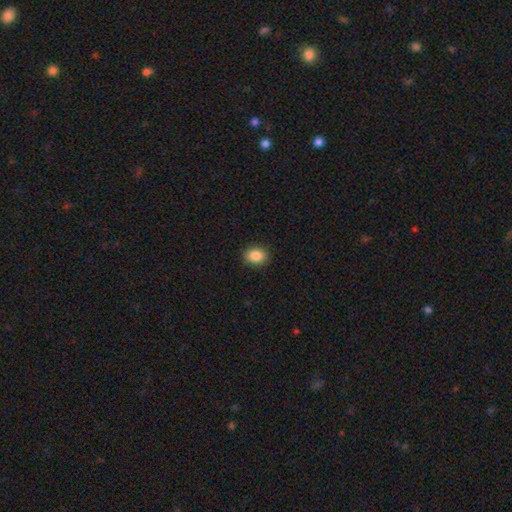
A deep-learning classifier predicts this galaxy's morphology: Smooth or featured? Predicted: smooth (p=0.87). How rounded? Predicted: in between (p=0.63). Merging? Predicted: none (p=0.90).